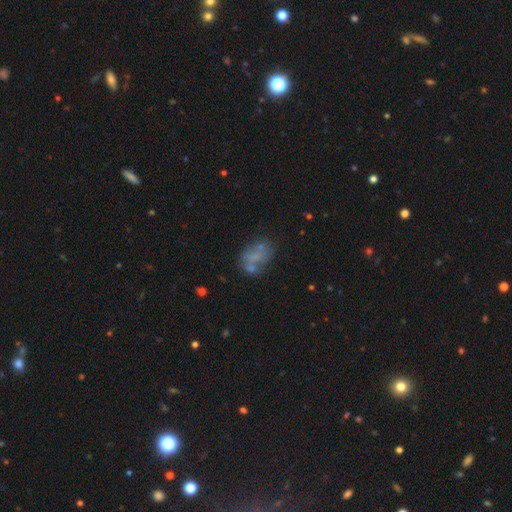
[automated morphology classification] smooth 52%, featured or disk 34%, star or artifact 14%. Down the decision tree: how rounded — in between (78%); merging — none (45%).